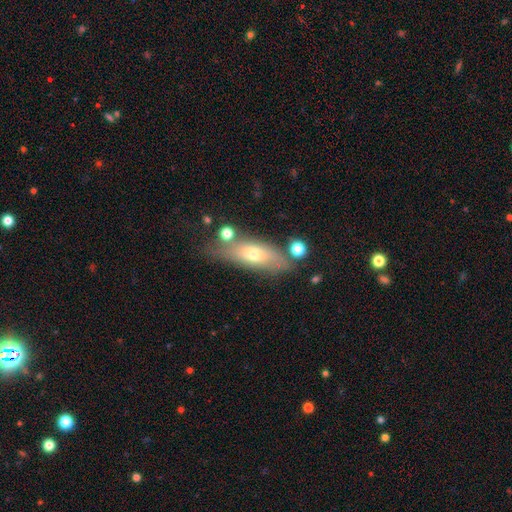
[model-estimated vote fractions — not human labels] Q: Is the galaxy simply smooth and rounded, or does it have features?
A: smooth — 52%.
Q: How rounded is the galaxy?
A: in between — 58%.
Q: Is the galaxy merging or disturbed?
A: none — 63%.